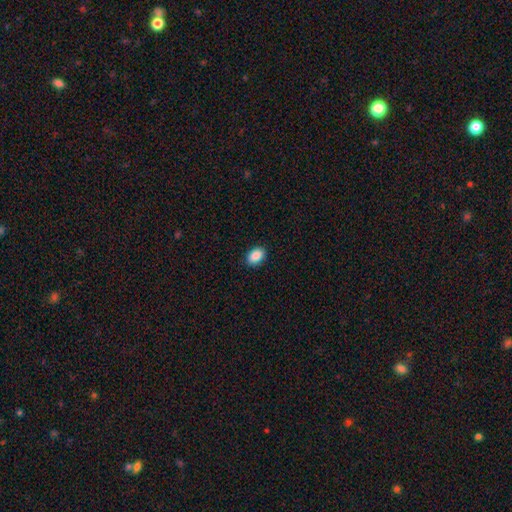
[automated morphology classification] type=smooth (90%); roundness=in between (84%); merging=none (89%).